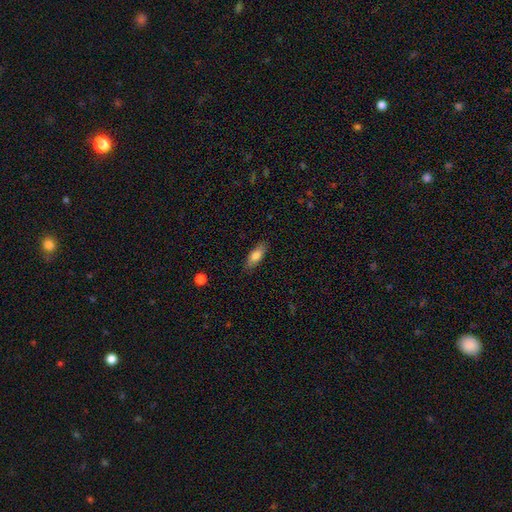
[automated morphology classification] This appears to be a smooth galaxy with no disk features (77%) that is in between round and cigar-shaped (70%). Merging: none (84%).